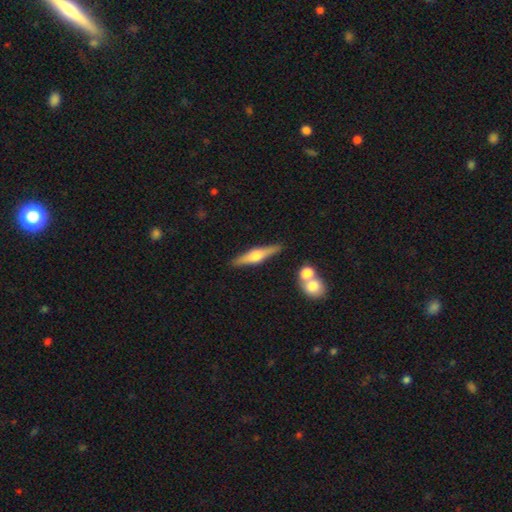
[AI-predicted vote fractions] Smooth or featured: featured or disk — 65% (smooth — 29%)
Edge-on disk: yes — 96% (no — 4%)
Edge-on bulge: rounded — 92% (boxy — 6%)
Merging: none — 86% (minor disturbance — 8%)